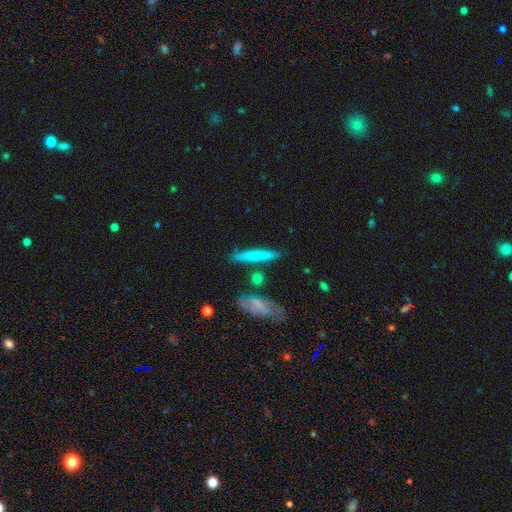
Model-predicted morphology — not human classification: Smooth or featured: smooth — 66% (featured or disk — 27%)
How rounded: cigar-shaped — 87% (in between — 11%)
Merging: none — 78% (minor disturbance — 12%)